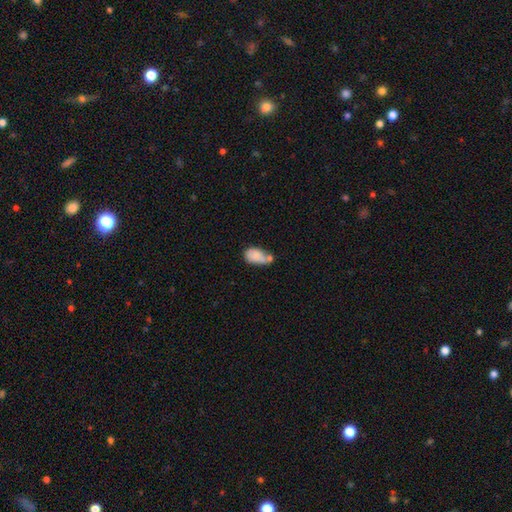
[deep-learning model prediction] smooth-or-featured: smooth: 77% | featured or disk: 15% | star or artifact: 8%
  how-rounded: in between: 89% | round: 9% | cigar-shaped: 3%
  merging: merger: 36% | none: 31% | minor disturbance: 23% | major disturbance: 10%